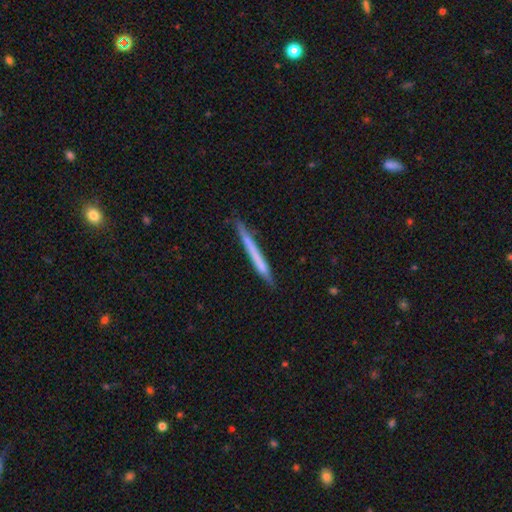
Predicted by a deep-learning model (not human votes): Q: Smooth or featured?
A: smooth (57%); runner-up: featured or disk (37%)
Q: How rounded?
A: cigar-shaped (97%); runner-up: in between (2%)
Q: Merging?
A: none (85%); runner-up: minor disturbance (11%)